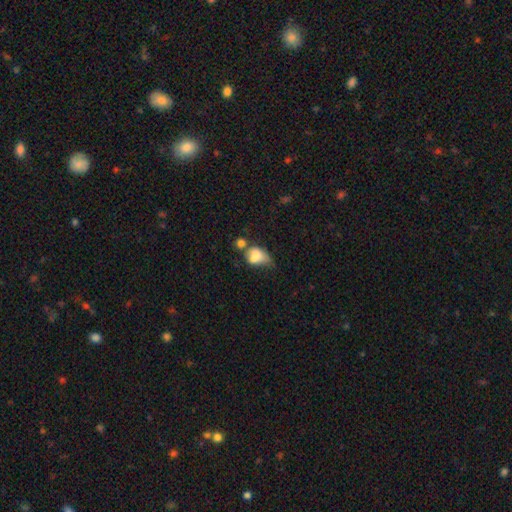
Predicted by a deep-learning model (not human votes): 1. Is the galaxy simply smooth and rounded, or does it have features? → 71% smooth, 19% featured or disk, 10% star or artifact.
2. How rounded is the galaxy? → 74% in between, 24% round, 2% cigar-shaped.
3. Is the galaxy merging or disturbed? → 37% merger, 23% major disturbance, 22% minor disturbance, 18% none.